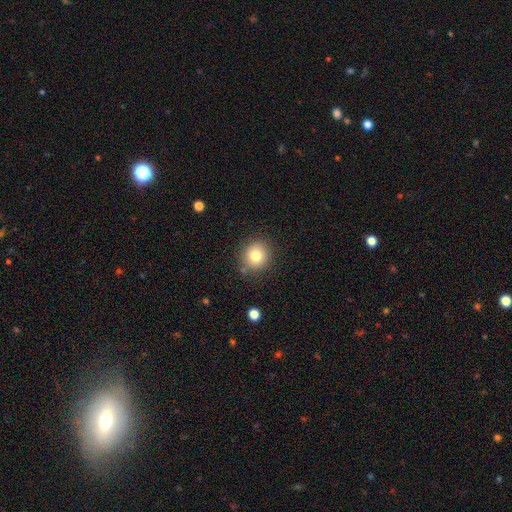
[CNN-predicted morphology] This is likely a smooth galaxy (79%). How rounded: clearly round (86%). Merging: clearly none (84%).